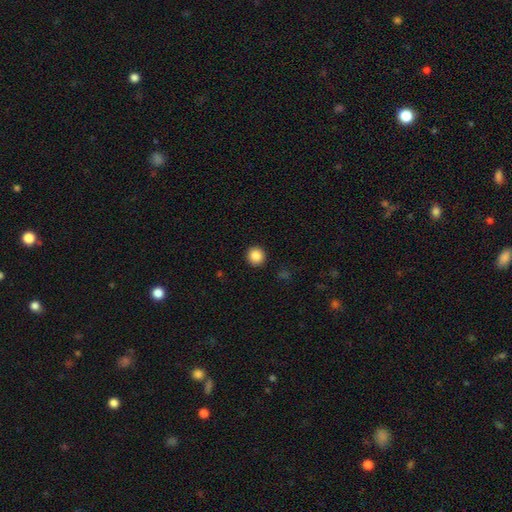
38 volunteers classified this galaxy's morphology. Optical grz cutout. It shows a smooth galaxy with no disk features (92%) that is round (94%). Merging: none (89%).